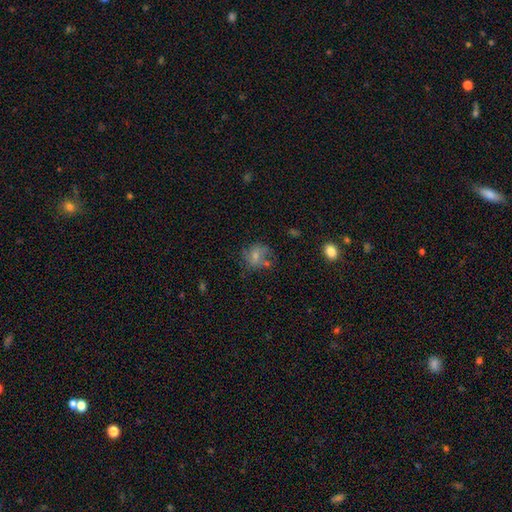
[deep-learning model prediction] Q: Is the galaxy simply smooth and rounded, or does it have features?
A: smooth — 57%.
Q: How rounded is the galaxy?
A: round — 60%.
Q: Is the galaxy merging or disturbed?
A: none — 48%.